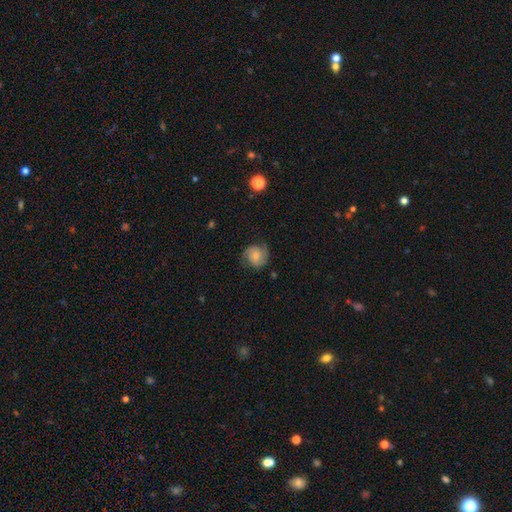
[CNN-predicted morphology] smooth_or_featured: featured or disk (p=0.51) [alt: smooth p=0.41]
disk_edge_on: no (p=0.97) [alt: yes p=0.03]
merging: none (p=0.66) [alt: minor disturbance p=0.23]